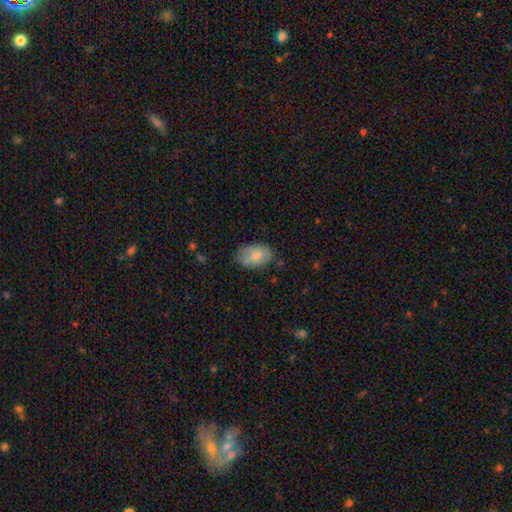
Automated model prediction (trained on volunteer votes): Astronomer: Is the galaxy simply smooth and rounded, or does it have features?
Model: smooth — 74%.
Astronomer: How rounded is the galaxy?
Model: in between — 88%.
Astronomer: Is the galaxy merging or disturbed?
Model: none — 65%.